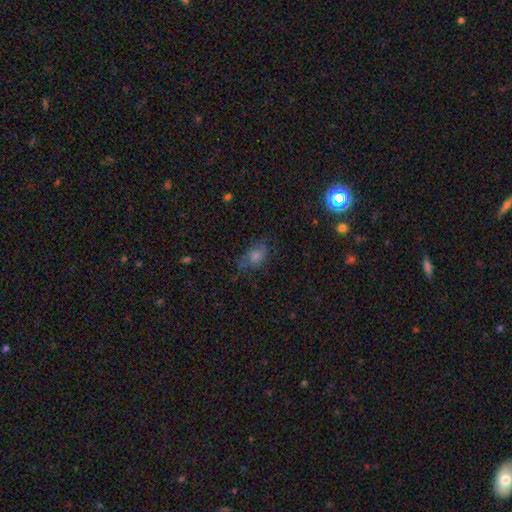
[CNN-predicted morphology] Q: Smooth or featured?
A: smooth (50%); runner-up: star or artifact (25%)
Q: How rounded?
A: in between (69%); runner-up: round (26%)
Q: Merging?
A: none (62%); runner-up: minor disturbance (24%)